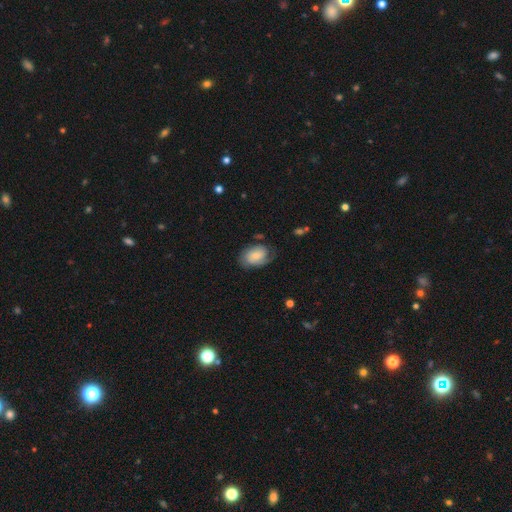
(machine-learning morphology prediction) The model was most divided on "smooth or featured": smooth: 53%, featured or disk: 40%, star or artifact: 7%. More confident: how rounded — in between (84%); merging — none (57%).